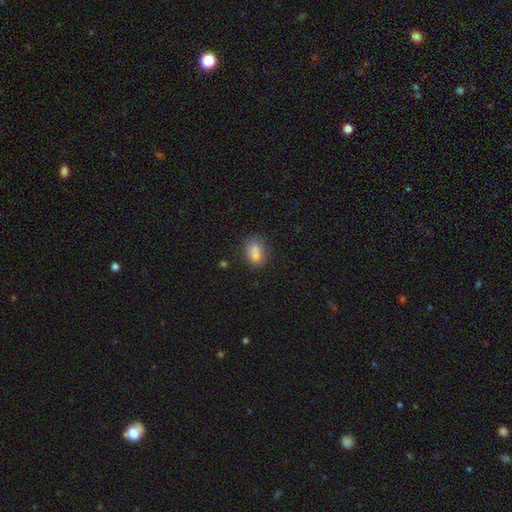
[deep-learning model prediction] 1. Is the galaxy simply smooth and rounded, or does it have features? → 78% smooth, 13% featured or disk, 10% star or artifact.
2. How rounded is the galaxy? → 69% in between, 28% round, 2% cigar-shaped.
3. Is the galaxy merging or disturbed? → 56% none, 20% merger, 18% minor disturbance, 6% major disturbance.